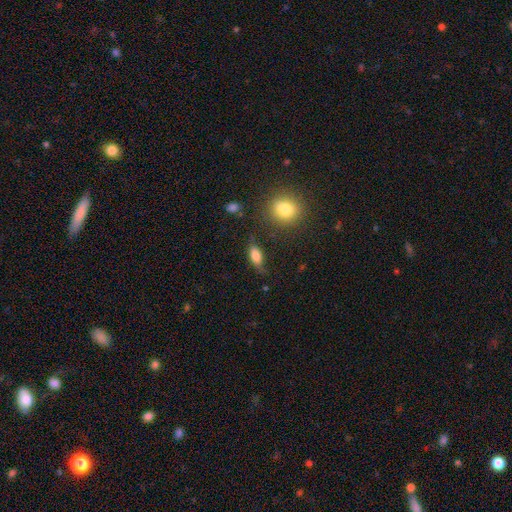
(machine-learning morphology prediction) smooth 80%, featured or disk 12%, star or artifact 8%. Down the decision tree: how rounded — in between (82%); merging — none (65%).